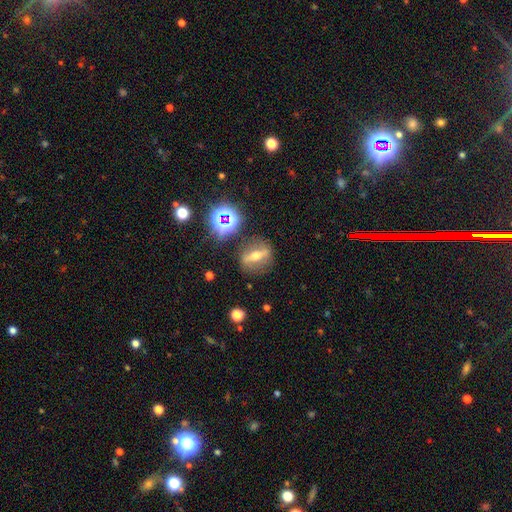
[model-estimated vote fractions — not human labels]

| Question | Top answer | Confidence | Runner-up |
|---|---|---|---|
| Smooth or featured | featured or disk | 64% | smooth (20%) |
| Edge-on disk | no | 54% | yes (46%) |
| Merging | none | 81% | minor disturbance (11%) |